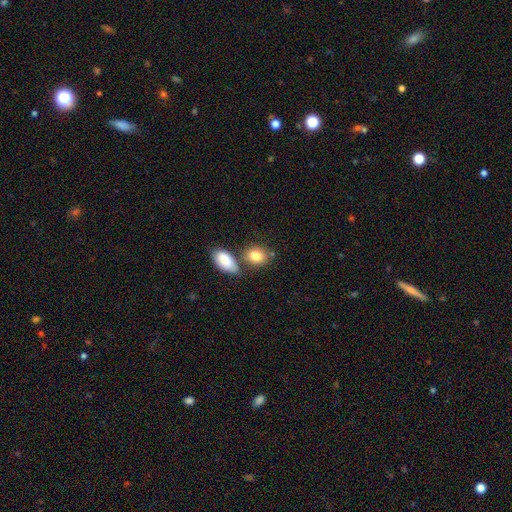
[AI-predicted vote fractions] Overall: smooth (84%). How rounded: in between (66%; round 32%). Merging: none (54%; merger 28%).